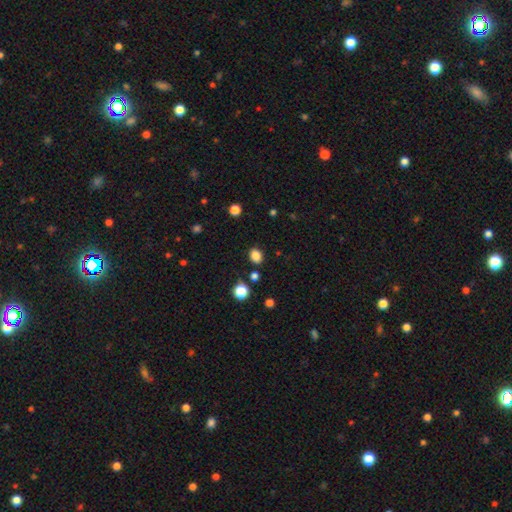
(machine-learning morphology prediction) smooth_or_featured: smooth (p=0.84) [alt: star or artifact p=0.12]
how_rounded: in between (p=0.56) [alt: round p=0.43]
merging: none (p=0.85) [alt: minor disturbance p=0.10]